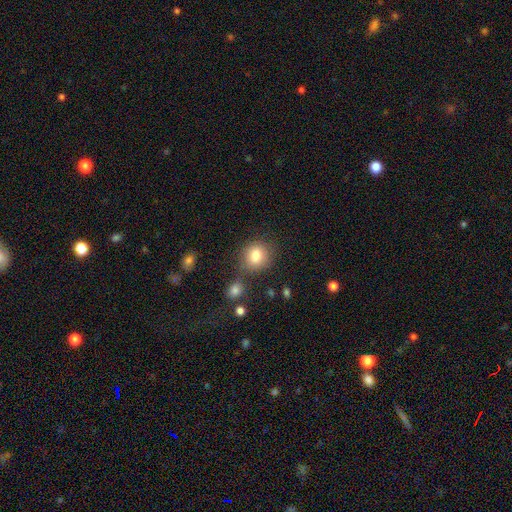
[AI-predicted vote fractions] Smooth or featured? smooth (82%)
How rounded? round (78%)
Merging? none (73%)